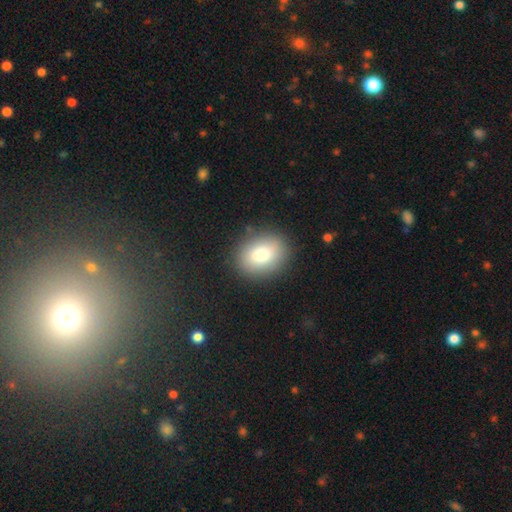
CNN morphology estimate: The model was most divided on "how rounded": in between: 58%, round: 41%, cigar-shaped: 1%. More confident: merging — none (85%); smooth or featured — smooth (80%).